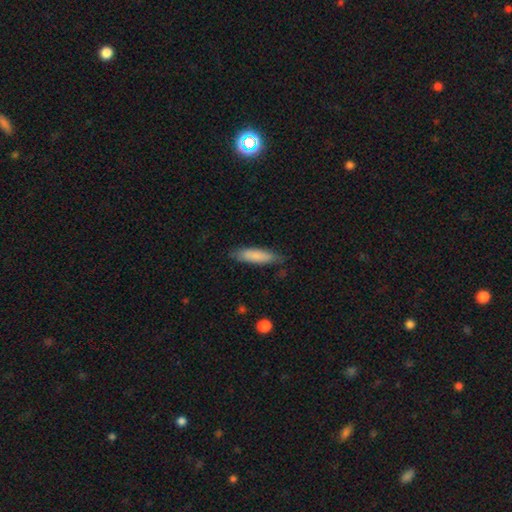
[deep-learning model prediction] The model was most divided on "how rounded": cigar-shaped: 66%, in between: 33%, round: 1%. More confident: smooth or featured — smooth (83%); merging — none (78%).